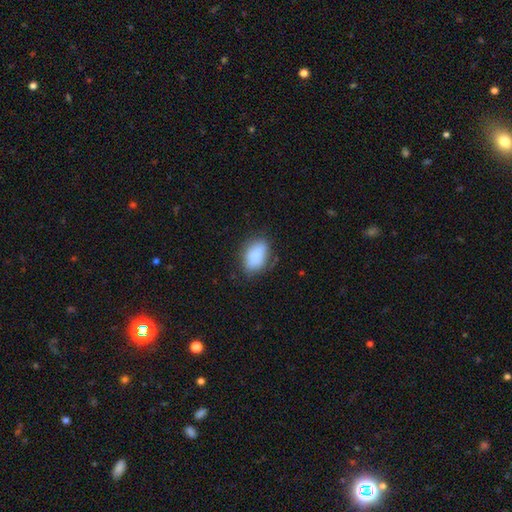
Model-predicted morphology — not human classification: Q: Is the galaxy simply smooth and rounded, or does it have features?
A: smooth — 85%.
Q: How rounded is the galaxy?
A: in between — 88%.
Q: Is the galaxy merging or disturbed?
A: none — 70%.